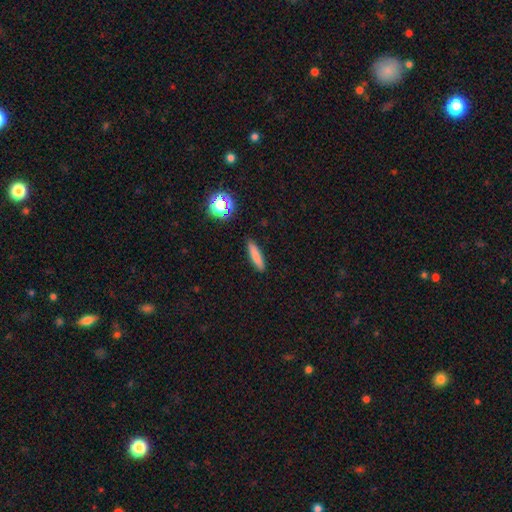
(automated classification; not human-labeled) A smooth galaxy with no disk features (82%) that is cigar-shaped (80%). Merging: none (90%).